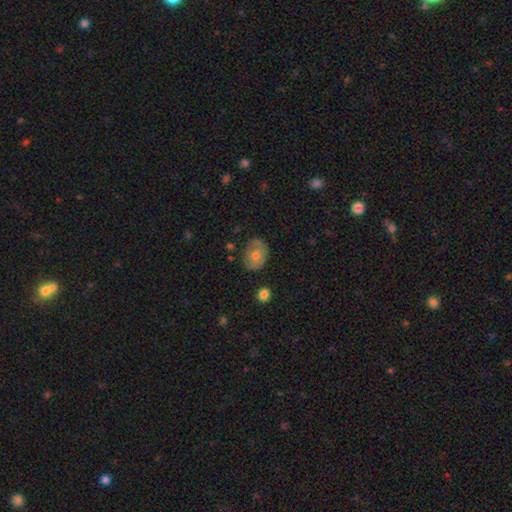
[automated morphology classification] smooth_or_featured: smooth (p=0.55) [alt: featured or disk p=0.37]
how_rounded: in between (p=0.60) [alt: round p=0.39]
merging: none (p=0.77) [alt: minor disturbance p=0.18]